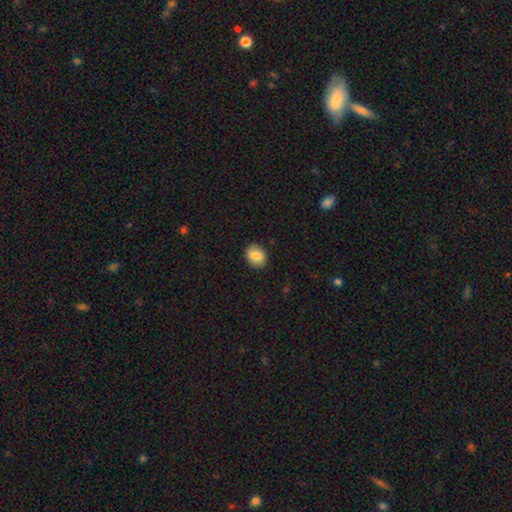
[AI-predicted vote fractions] Smooth or featured: smooth — 83% (featured or disk — 9%)
How rounded: in between — 55% (round — 44%)
Merging: none — 88% (minor disturbance — 9%)